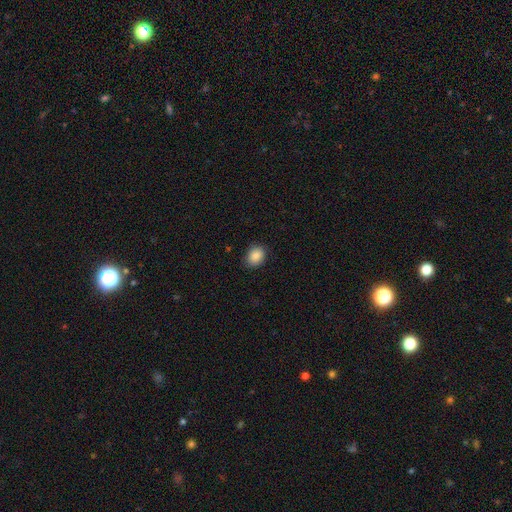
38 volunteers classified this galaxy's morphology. A smooth galaxy with no disk features (92%) that is in between round and cigar-shaped (71%).

Vote fractions:
- Smooth or featured? smooth: 92% / star or artifact: 5% / featured or disk: 3%
- How rounded? in between: 71% / round: 29% / cigar-shaped: 0%
- Merging? none: 89% / minor disturbance: 8% / major disturbance: 3% / merger: 0%